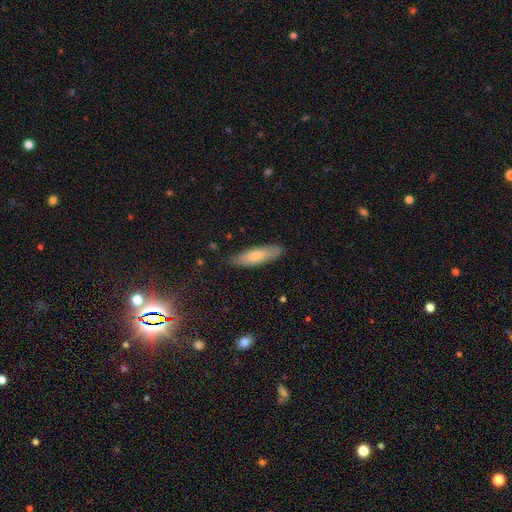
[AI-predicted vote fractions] Q: Smooth or featured?
A: smooth (65%); runner-up: featured or disk (28%)
Q: How rounded?
A: cigar-shaped (58%); runner-up: in between (40%)
Q: Merging?
A: none (83%); runner-up: minor disturbance (14%)